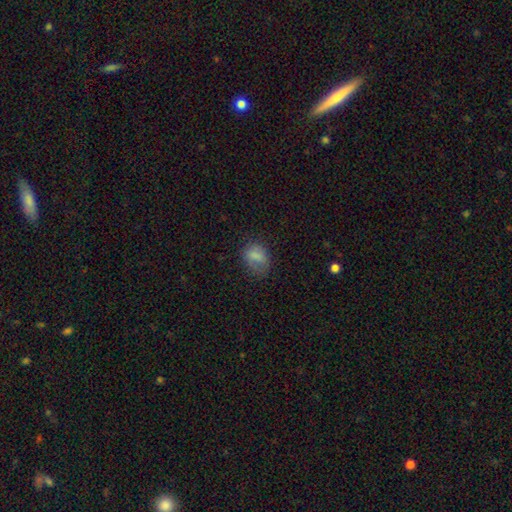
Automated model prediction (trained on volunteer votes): Q: Smooth or featured?
A: smooth (78%); runner-up: featured or disk (12%)
Q: How rounded?
A: in between (67%); runner-up: round (31%)
Q: Merging?
A: none (58%); runner-up: minor disturbance (27%)